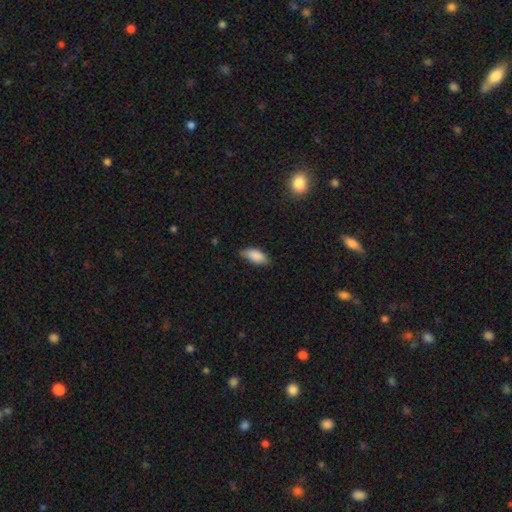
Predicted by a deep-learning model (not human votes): Overall: smooth (88%). How rounded: in between (90%). Merging: none (69%).